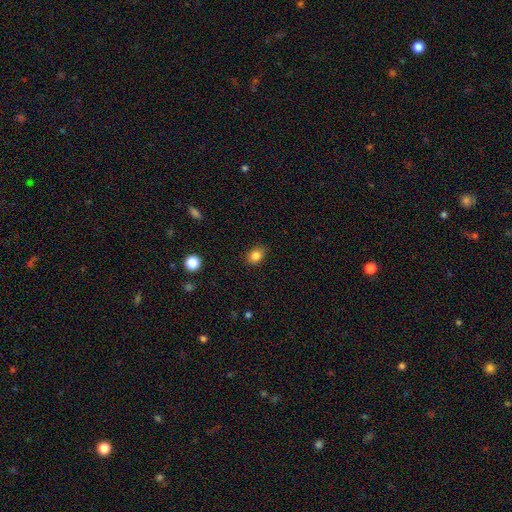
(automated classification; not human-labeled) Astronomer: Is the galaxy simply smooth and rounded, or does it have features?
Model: smooth — 83%.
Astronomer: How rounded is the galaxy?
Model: in between — 55% (runner-up: round, 44%).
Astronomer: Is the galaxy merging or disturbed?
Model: none — 84%.